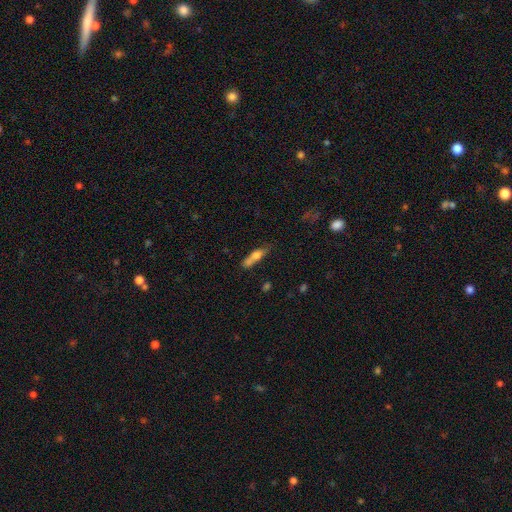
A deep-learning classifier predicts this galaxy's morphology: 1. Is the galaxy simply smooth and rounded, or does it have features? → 64% smooth, 28% featured or disk, 8% star or artifact.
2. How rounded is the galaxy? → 68% cigar-shaped, 29% in between, 3% round.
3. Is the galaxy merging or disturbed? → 52% none, 23% minor disturbance, 17% merger, 8% major disturbance.